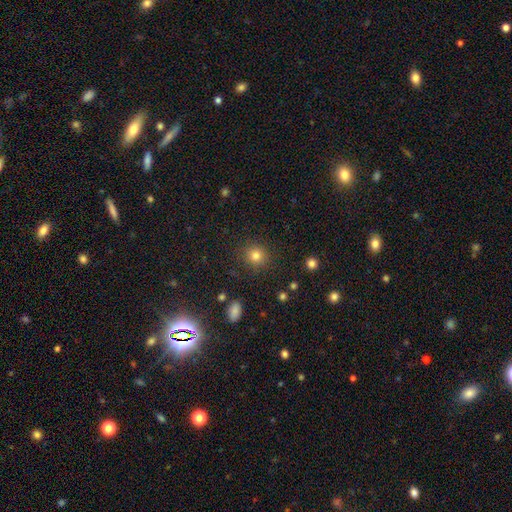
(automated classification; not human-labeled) Overall: smooth (81%). How rounded: round (91%). Merging: none (90%).